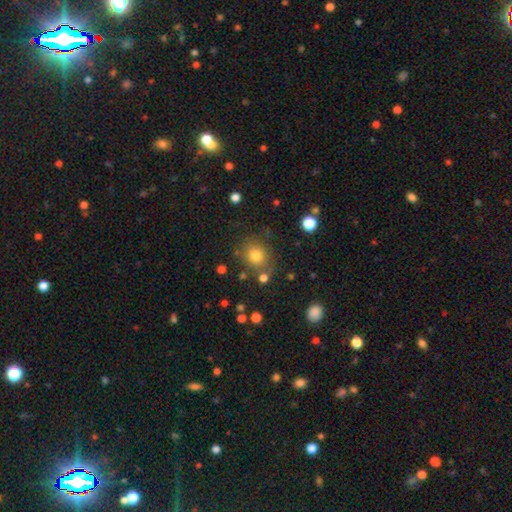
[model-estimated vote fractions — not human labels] Q: Smooth or featured?
A: smooth (78%); runner-up: star or artifact (14%)
Q: How rounded?
A: round (79%); runner-up: in between (20%)
Q: Merging?
A: none (77%); runner-up: minor disturbance (12%)